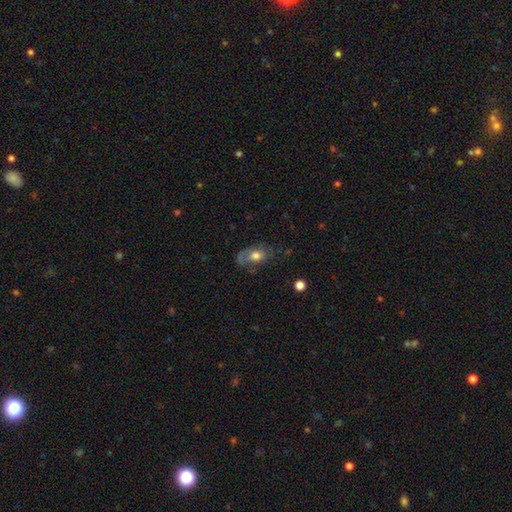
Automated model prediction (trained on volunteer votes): Smooth or featured?
  - smooth: 62% *
  - featured or disk: 30%
  - star or artifact: 8%
How rounded?
  - in between: 83% *
  - round: 13%
  - cigar-shaped: 3%
Merging?
  - none: 52% *
  - minor disturbance: 29%
  - major disturbance: 16%
  - merger: 3%